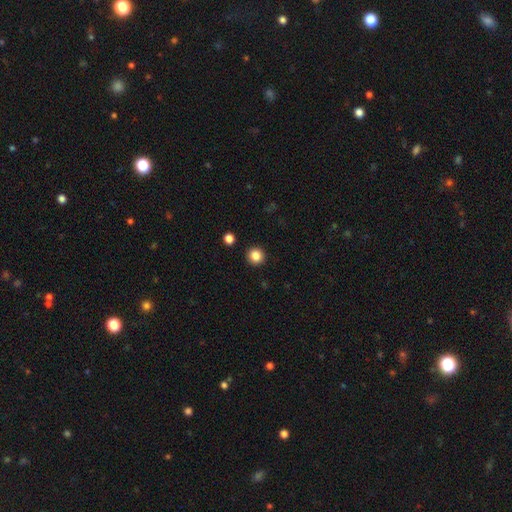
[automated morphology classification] Smooth or featured: smooth — 85% (star or artifact — 11%)
How rounded: round — 94% (in between — 5%)
Merging: none — 93% (minor disturbance — 4%)